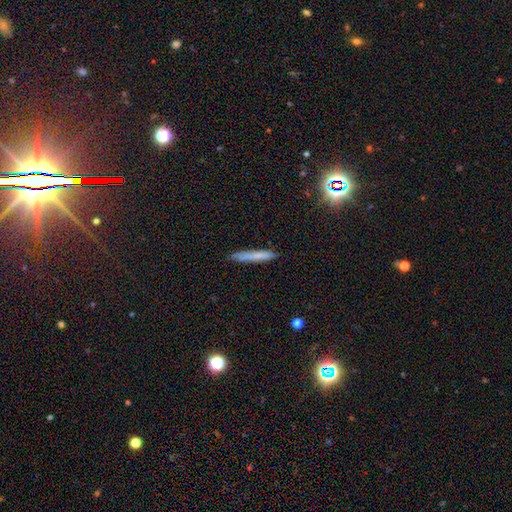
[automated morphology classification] Overall: smooth (73%). How rounded: cigar-shaped (95%). Merging: none (84%).